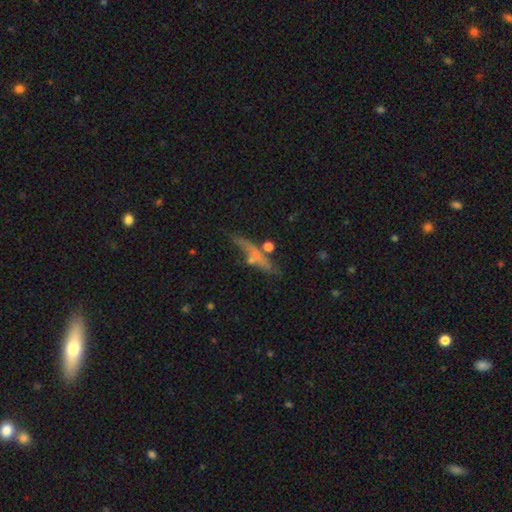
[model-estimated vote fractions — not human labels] smooth_or_featured: smooth (p=0.49) [alt: featured or disk p=0.39]
merging: none (p=0.59) [alt: minor disturbance p=0.20]